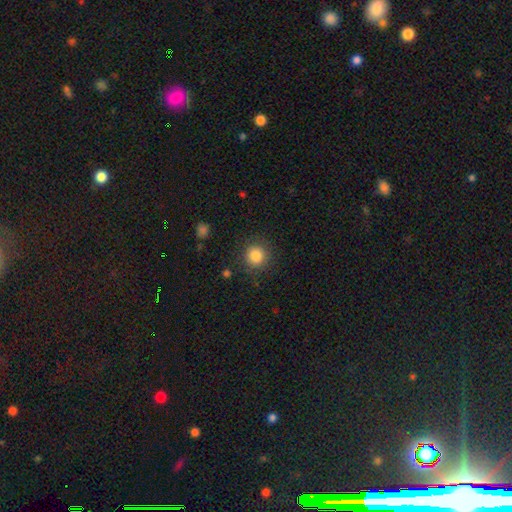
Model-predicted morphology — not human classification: smooth_or_featured: smooth (p=0.84) [alt: star or artifact p=0.11]
how_rounded: round (p=0.91) [alt: in between p=0.08]
merging: none (p=0.87) [alt: minor disturbance p=0.08]